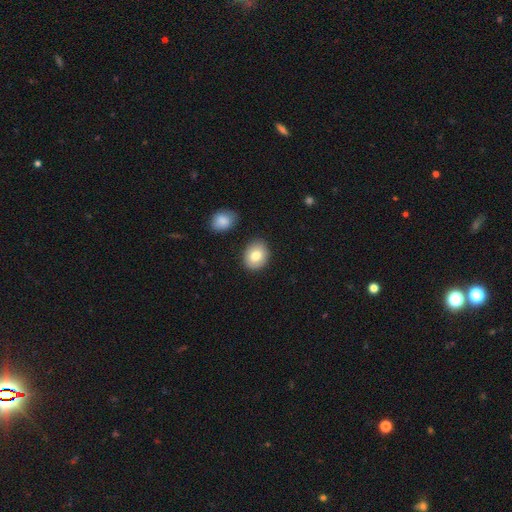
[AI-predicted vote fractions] Morphology: type=smooth (79%); roundness=in between (54%); merging=none (86%).